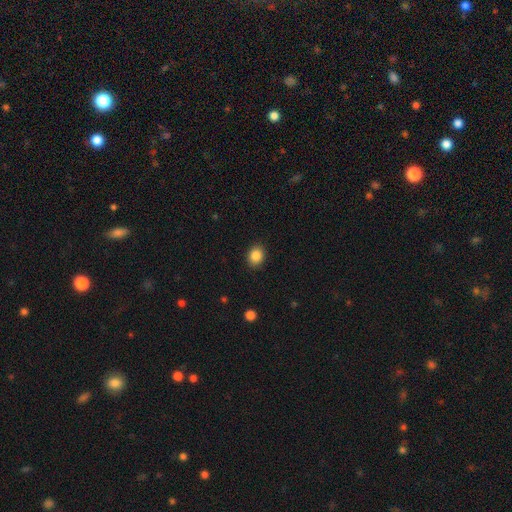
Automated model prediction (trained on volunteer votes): smooth_or_featured: smooth (p=0.87) [alt: star or artifact p=0.10]
how_rounded: round (p=0.59) [alt: in between p=0.40]
merging: none (p=0.89) [alt: minor disturbance p=0.07]